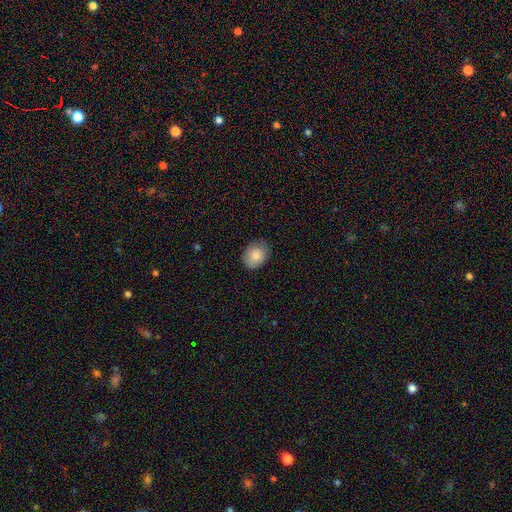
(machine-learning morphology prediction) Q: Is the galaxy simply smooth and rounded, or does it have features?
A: smooth — 85%.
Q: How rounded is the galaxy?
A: in between — 52%.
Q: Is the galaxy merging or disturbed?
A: none — 82%.